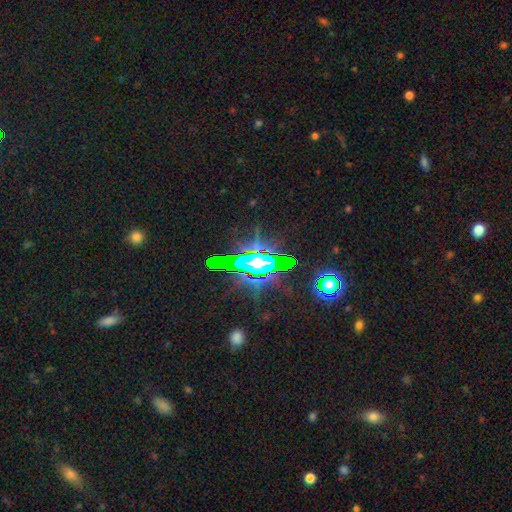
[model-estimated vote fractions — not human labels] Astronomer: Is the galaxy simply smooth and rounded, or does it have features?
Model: star or artifact — 73%.